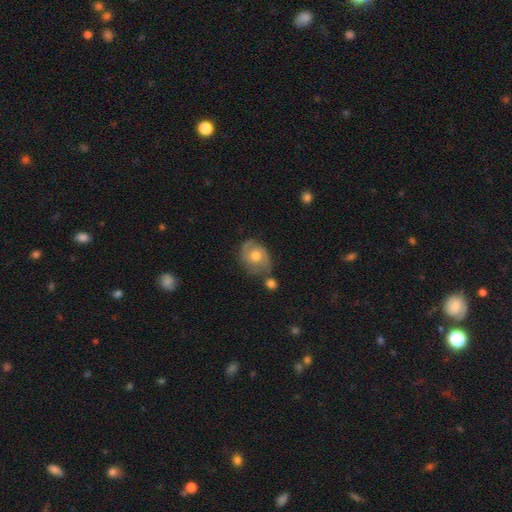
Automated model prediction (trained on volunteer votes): Morphology: type=featured or disk (53%); edge-on=no (97%); bar=no (77%); spiral arms=yes (79%); bulge=moderate (72%); merging=none (56%).